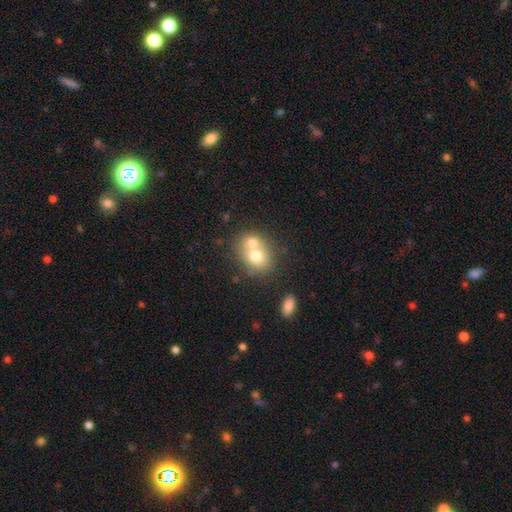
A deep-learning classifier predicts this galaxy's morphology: A smooth galaxy with no disk features (68%) that is round (59%).

Vote fractions:
- Smooth or featured? smooth: 68% / featured or disk: 22% / star or artifact: 10%
- How rounded? round: 59% / in between: 40% / cigar-shaped: 1%
- Merging? merger: 58% / none: 31% / minor disturbance: 8% / major disturbance: 3%